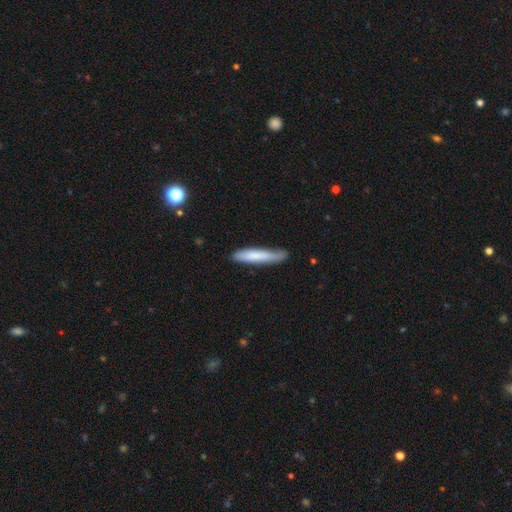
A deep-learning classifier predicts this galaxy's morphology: smooth_or_featured: smooth (p=0.74) [alt: featured or disk p=0.20]
how_rounded: cigar-shaped (p=0.90) [alt: in between p=0.08]
merging: none (p=0.73) [alt: minor disturbance p=0.21]